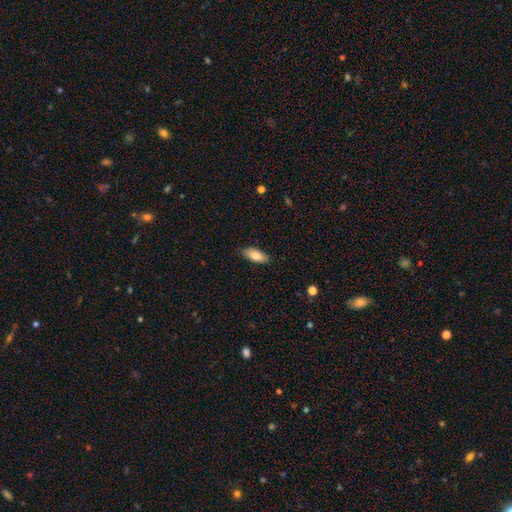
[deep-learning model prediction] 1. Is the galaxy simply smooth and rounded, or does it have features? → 77% smooth, 17% featured or disk, 6% star or artifact.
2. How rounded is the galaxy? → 85% in between, 13% cigar-shaped, 2% round.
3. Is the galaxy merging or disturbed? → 88% none, 10% minor disturbance, 2% major disturbance, 1% merger.